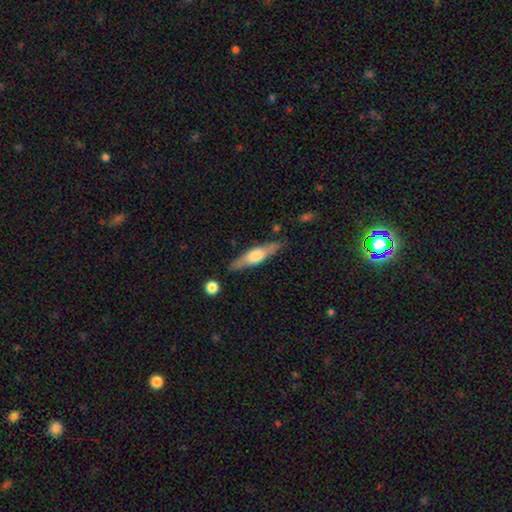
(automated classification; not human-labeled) Q: Smooth or featured?
A: featured or disk (56%); runner-up: smooth (39%)
Q: Edge-on disk?
A: yes (93%); runner-up: no (7%)
Q: Edge-on bulge?
A: rounded (87%); runner-up: boxy (10%)
Q: Merging?
A: none (82%); runner-up: minor disturbance (12%)